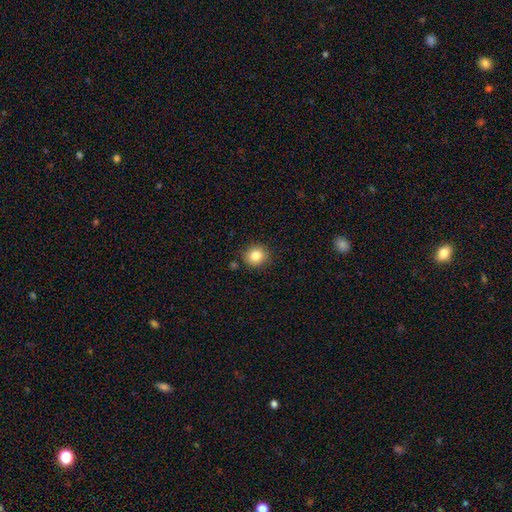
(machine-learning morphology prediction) The model was most divided on "smooth or featured": smooth: 83%, star or artifact: 10%, featured or disk: 7%. More confident: merging — none (88%); how rounded — round (88%).